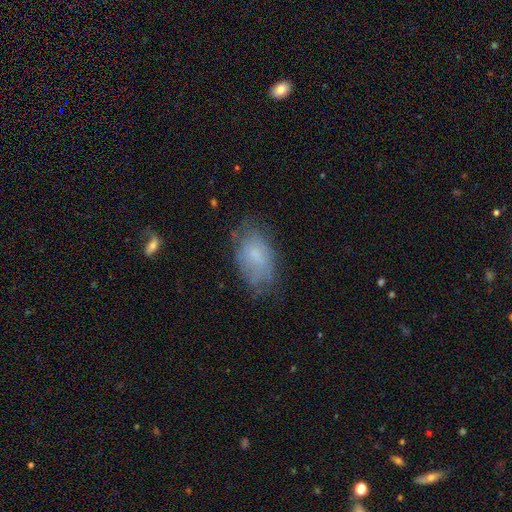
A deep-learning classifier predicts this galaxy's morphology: smooth 63%, featured or disk 28%, star or artifact 9%. Down the decision tree: how rounded — in between (91%); merging — none (60%).